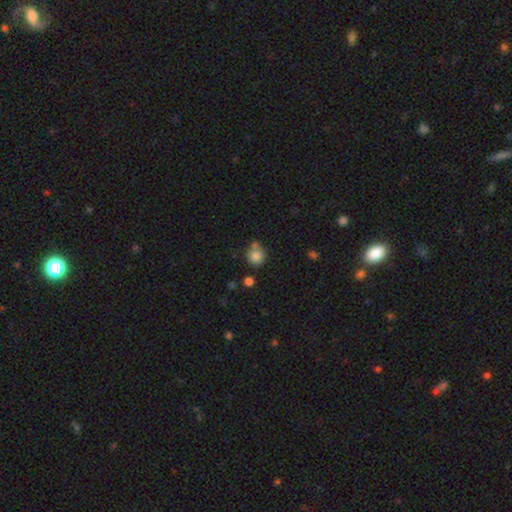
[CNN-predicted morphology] smooth-or-featured: smooth: 83% | star or artifact: 11% | featured or disk: 6%
  how-rounded: round: 90% | in between: 9% | cigar-shaped: 1%
  merging: none: 64% | merger: 20% | minor disturbance: 12% | major disturbance: 4%